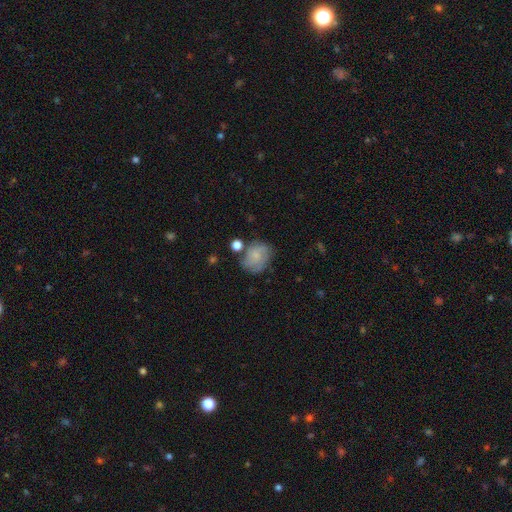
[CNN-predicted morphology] A smooth galaxy with no disk features (58%) that is round (61%). Merging: none (54%).